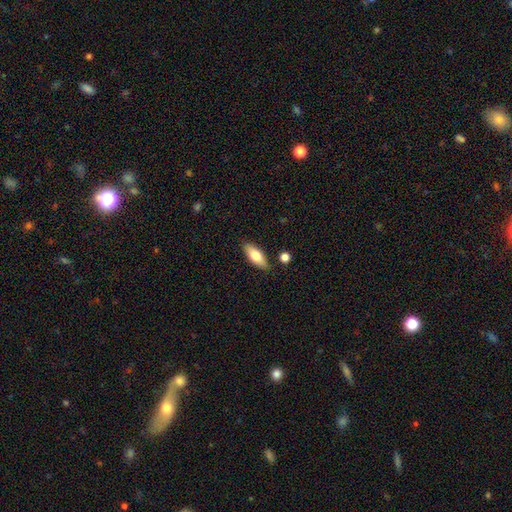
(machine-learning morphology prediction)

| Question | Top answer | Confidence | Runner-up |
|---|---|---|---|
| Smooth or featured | smooth | 73% | featured or disk (20%) |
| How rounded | in between | 76% | cigar-shaped (21%) |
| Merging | none | 84% | minor disturbance (11%) |